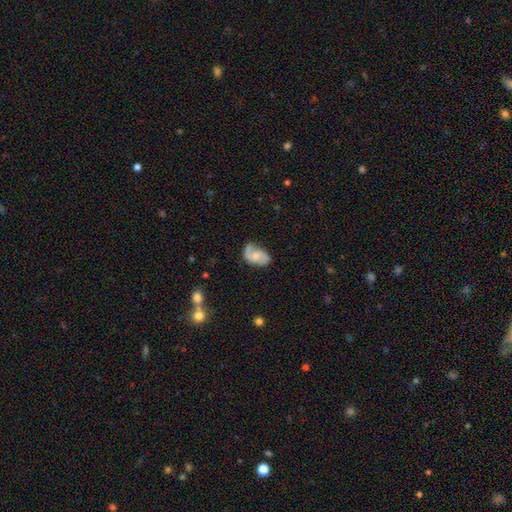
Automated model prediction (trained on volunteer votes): featured or disk 62%, smooth 30%, star or artifact 7%. Down the decision tree: edge-on disk — no (97%); bar — no (60%); spiral arms — yes (89%); spiral arm count — 2 (72%); spiral winding — medium (42%); bulge size — small (42%); merging — none (53%).